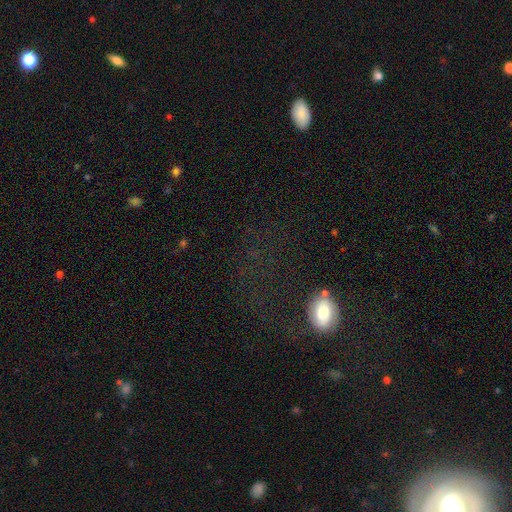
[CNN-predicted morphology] Smooth or featured? Predicted: smooth (p=0.45). Merging? Predicted: none (p=0.47).